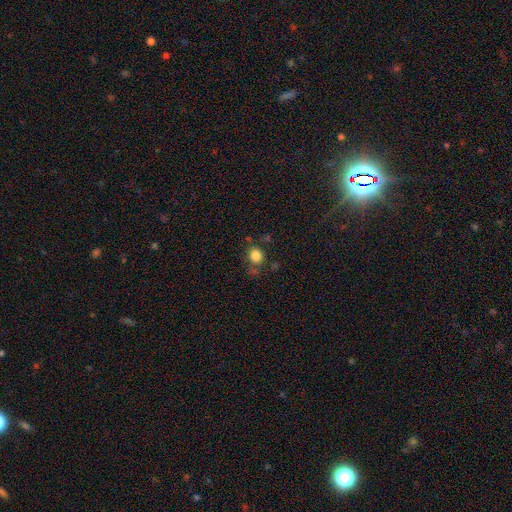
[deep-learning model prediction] This appears to be a smooth galaxy with no disk features (83%) that is round (70%). Merging: none (73%).